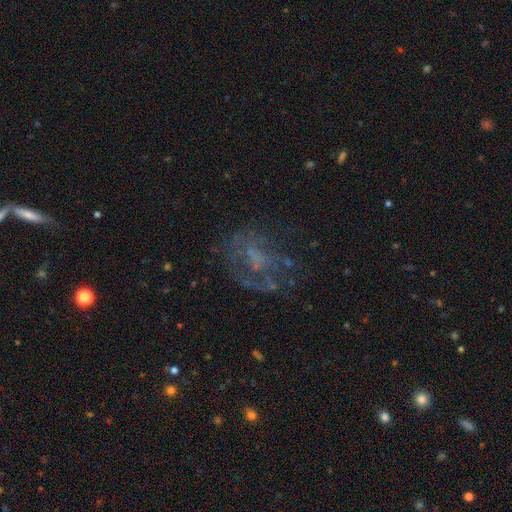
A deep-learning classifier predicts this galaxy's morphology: A featured or disk galaxy (56%) with no bar (74%), no spiral arms (58%) and no central bulge (55%). Merging: none (53%).